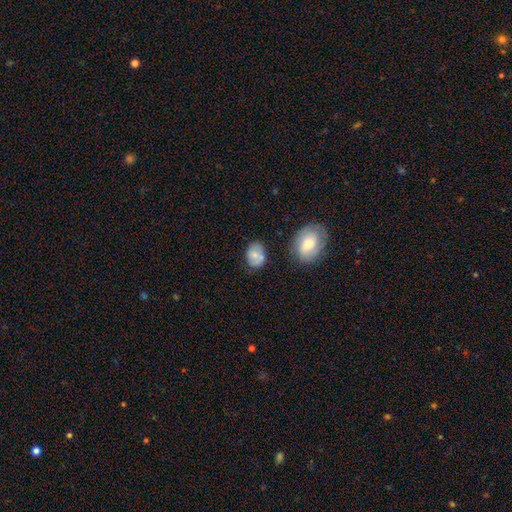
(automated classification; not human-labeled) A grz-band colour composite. It shows a smooth galaxy with no disk features (75%) that is in between round and cigar-shaped (68%). Merging: none (58%).